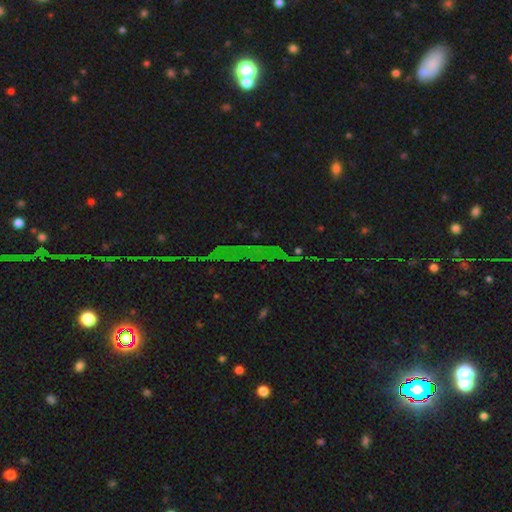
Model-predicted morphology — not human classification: type=star or artifact (74%).